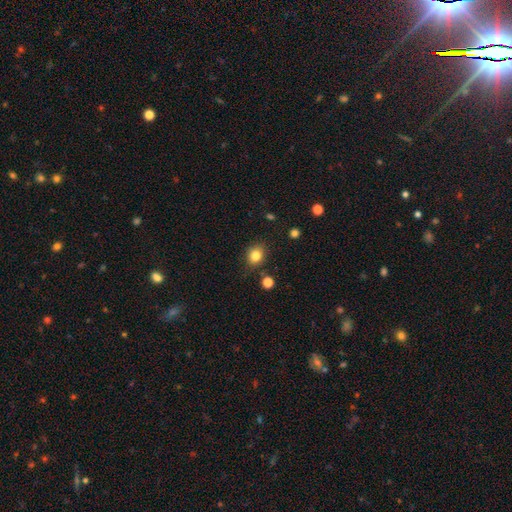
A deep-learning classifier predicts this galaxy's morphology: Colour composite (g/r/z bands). It shows a smooth galaxy with no disk features (83%) that is round (65%). Merging: none (81%).